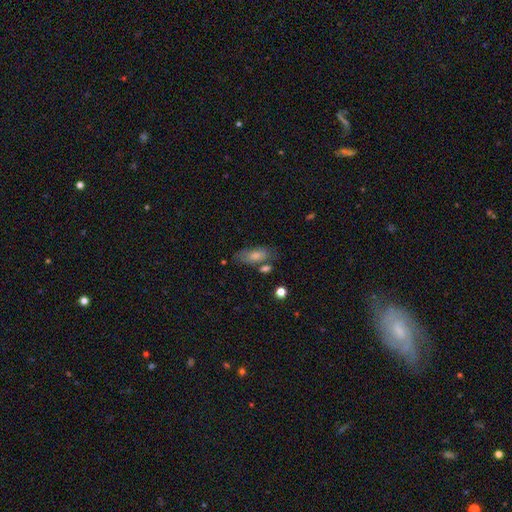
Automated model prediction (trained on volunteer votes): smooth-or-featured: smooth: 61% | featured or disk: 25% | star or artifact: 14%
  how-rounded: in between: 77% | cigar-shaped: 18% | round: 5%
  merging: none: 67% | minor disturbance: 17% | merger: 10% | major disturbance: 6%